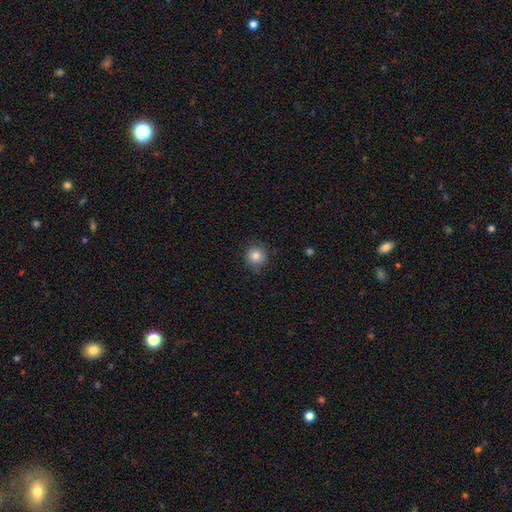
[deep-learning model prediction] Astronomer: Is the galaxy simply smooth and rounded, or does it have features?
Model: smooth — 81%.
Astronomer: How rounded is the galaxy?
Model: round — 93%.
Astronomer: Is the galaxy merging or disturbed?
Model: none — 86%.